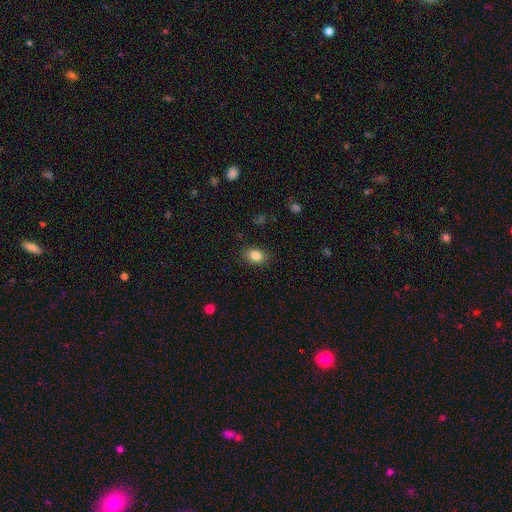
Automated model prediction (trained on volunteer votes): Smooth or featured? Predicted: smooth (p=0.85). How rounded? Predicted: in between (p=0.70). Merging? Predicted: none (p=0.87).